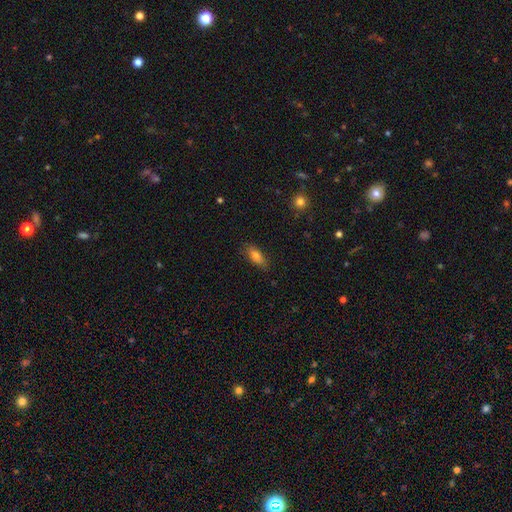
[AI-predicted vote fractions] smooth 75%, featured or disk 17%, star or artifact 8%. Down the decision tree: how rounded — in between (69%); merging — none (80%).